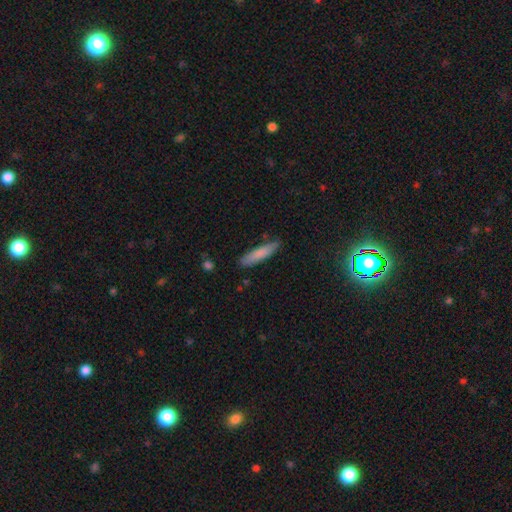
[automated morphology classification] This is likely a smooth galaxy (76%). How rounded: clearly cigar-shaped (85%). Merging: clearly none (84%).